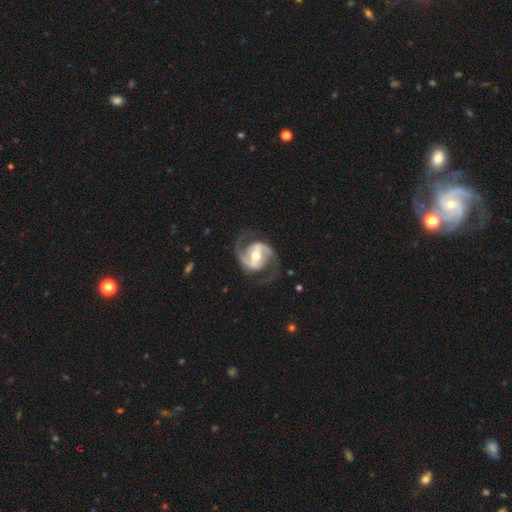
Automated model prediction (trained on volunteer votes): Q: Smooth or featured?
A: featured or disk (92%); runner-up: smooth (4%)
Q: Edge-on disk?
A: no (98%); runner-up: yes (2%)
Q: Bar?
A: strong (39%); tied with: weak (39%)
Q: Spiral arms?
A: yes (98%); runner-up: no (2%)
Q: Spiral winding?
A: medium (60%); runner-up: loose (21%)
Q: Spiral arm count?
A: 2 (94%); runner-up: can't tell (2%)
Q: Bulge size?
A: moderate (69%); runner-up: small (21%)
Q: Merging?
A: none (77%); runner-up: minor disturbance (14%)